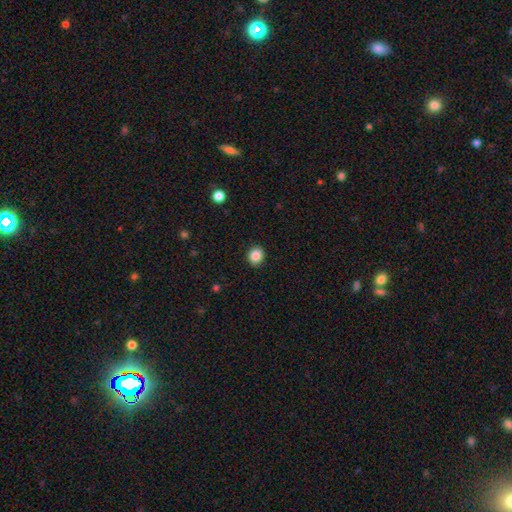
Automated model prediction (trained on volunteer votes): This is clearly a smooth galaxy (87%). How rounded: likely round (68%). Merging: clearly none (90%).